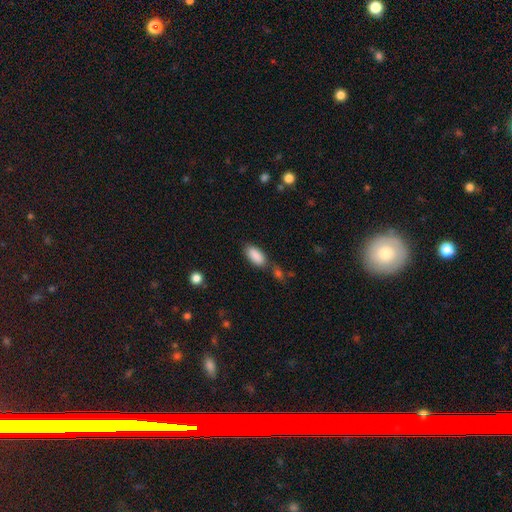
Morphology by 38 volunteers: This is clearly a smooth galaxy (82%). How rounded: clearly in between (94%). Merging: likely none (73%).